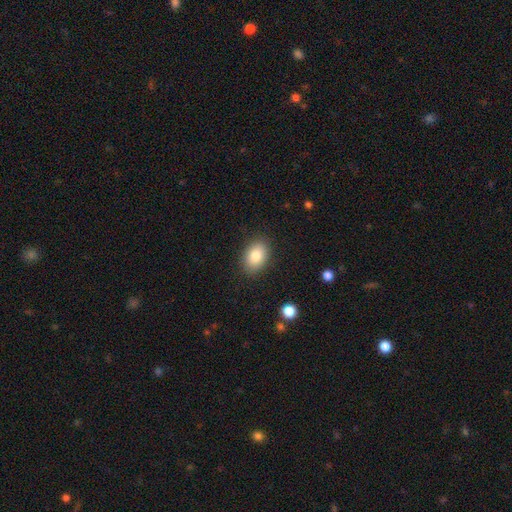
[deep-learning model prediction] Morphology: type=smooth (83%); roundness=in between (82%); merging=none (87%).